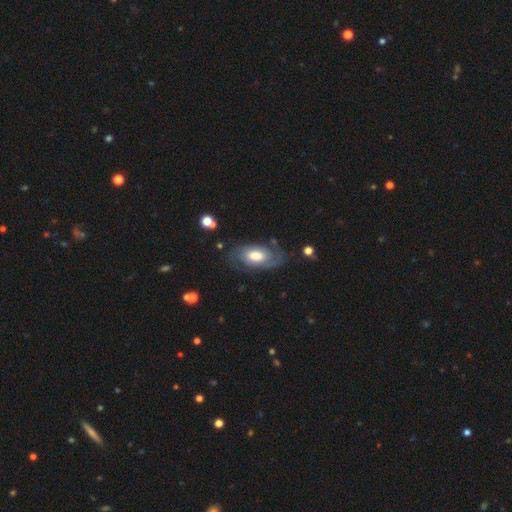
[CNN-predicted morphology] smooth_or_featured: featured or disk (p=0.63) [alt: smooth p=0.30]
disk_edge_on: no (p=0.93) [alt: yes p=0.07]
bar: no (p=0.67) [alt: weak p=0.28]
has_spiral_arms: yes (p=0.82) [alt: no p=0.18]
bulge_size: large (p=0.45) [alt: moderate p=0.42]
merging: none (p=0.68) [alt: minor disturbance p=0.20]